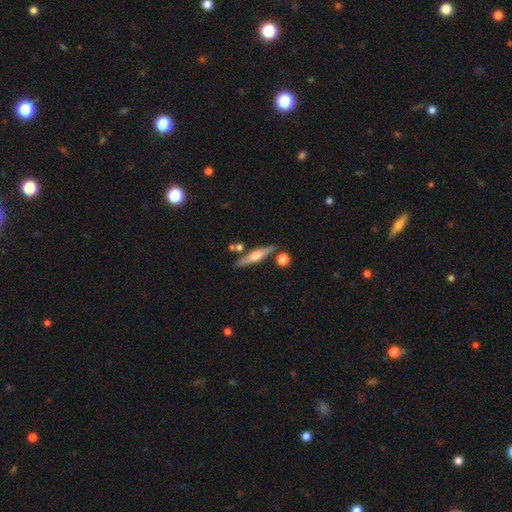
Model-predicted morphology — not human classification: featured or disk 61%, smooth 33%, star or artifact 6%. Down the decision tree: edge-on disk — yes (96%); edge-on bulge — rounded (92%); merging — none (82%).